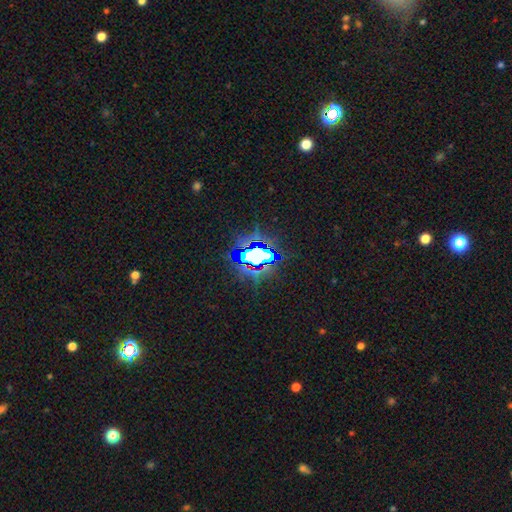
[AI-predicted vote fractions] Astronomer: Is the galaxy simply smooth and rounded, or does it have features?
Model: star or artifact — 69%.